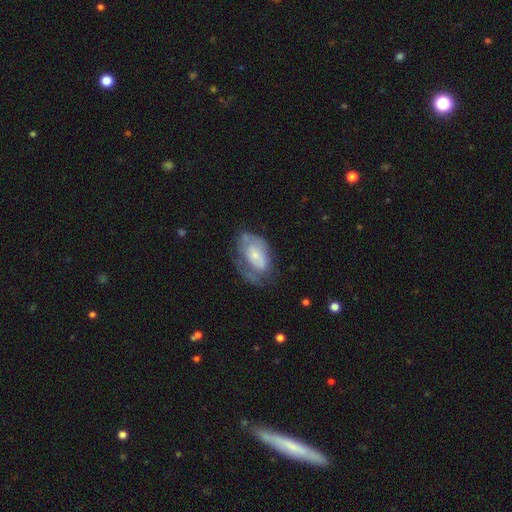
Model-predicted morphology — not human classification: This appears to be a featured or disk galaxy (54%) with no bar (73%), spiral arms (58%) and a small central bulge (62%). Merging: none (37%).